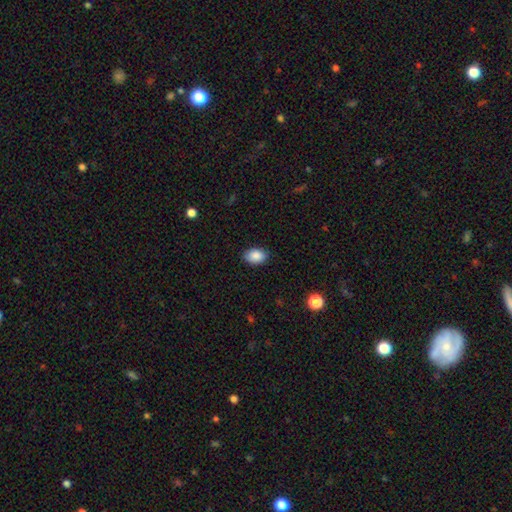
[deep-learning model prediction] smooth_or_featured: smooth (p=0.88) [alt: star or artifact p=0.08]
how_rounded: in between (p=0.83) [alt: round p=0.16]
merging: none (p=0.86) [alt: minor disturbance p=0.11]